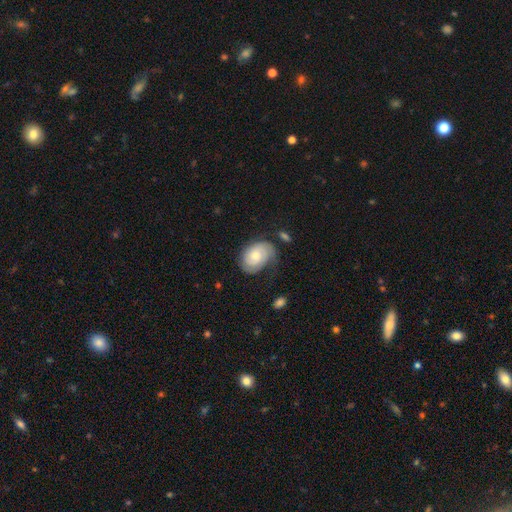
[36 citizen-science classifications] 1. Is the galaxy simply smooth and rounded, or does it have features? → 58% featured or disk, 36% smooth, 6% star or artifact.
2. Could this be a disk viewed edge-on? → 100% no, 0% yes.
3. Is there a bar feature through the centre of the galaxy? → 76% no, 14% weak, 10% strong.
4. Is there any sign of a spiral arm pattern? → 95% yes, 5% no.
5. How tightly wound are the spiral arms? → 70% tight, 20% loose, 10% medium.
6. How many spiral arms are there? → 40% 2 (tied), 40% can't tell (tied), 10% 3, 5% 1, 5% 4, 0% more than 4.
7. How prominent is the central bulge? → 52% small, 33% moderate, 10% dominant, 5% none, 0% large.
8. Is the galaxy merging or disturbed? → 50% none, 35% minor disturbance, 9% merger, 6% major disturbance.